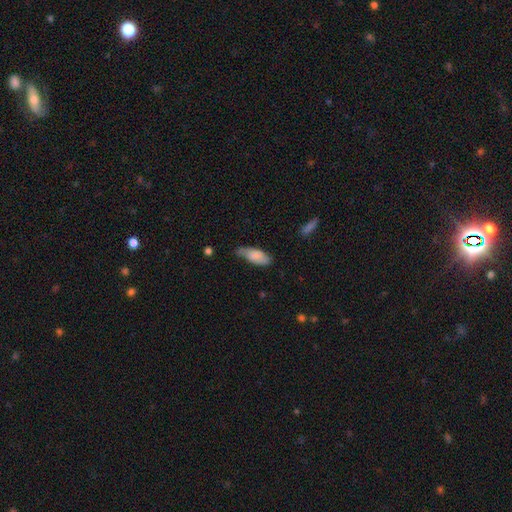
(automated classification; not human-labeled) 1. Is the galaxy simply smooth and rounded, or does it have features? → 79% smooth, 14% featured or disk, 6% star or artifact.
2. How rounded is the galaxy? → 81% in between, 17% cigar-shaped, 2% round.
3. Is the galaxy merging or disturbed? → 47% none, 40% minor disturbance, 11% major disturbance, 3% merger.